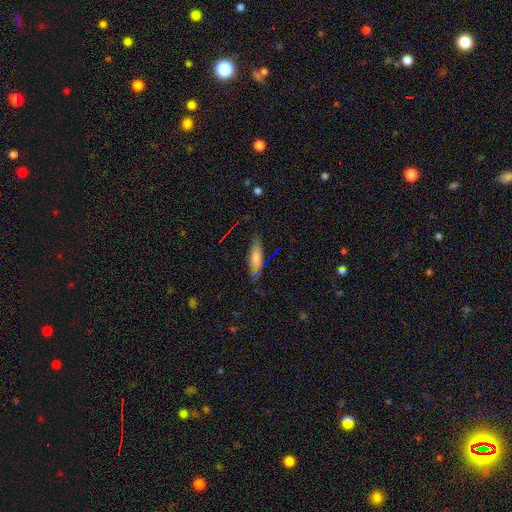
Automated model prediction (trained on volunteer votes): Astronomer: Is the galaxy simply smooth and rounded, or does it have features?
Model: smooth — 45% (runner-up: featured or disk, 38%).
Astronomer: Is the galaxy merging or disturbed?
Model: none — 67%.